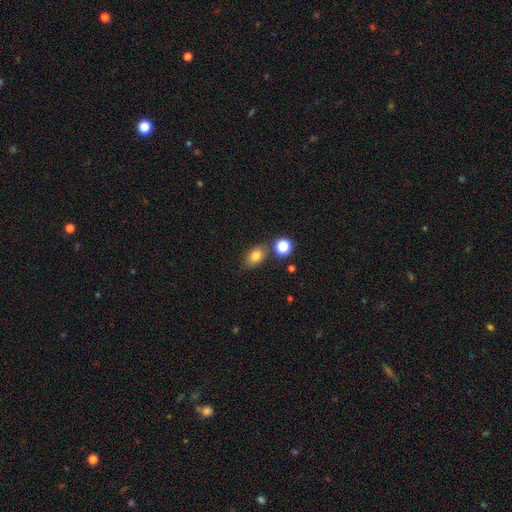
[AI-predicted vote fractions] Overall: smooth (80%). How rounded: in between (78%). Merging: none (72%).